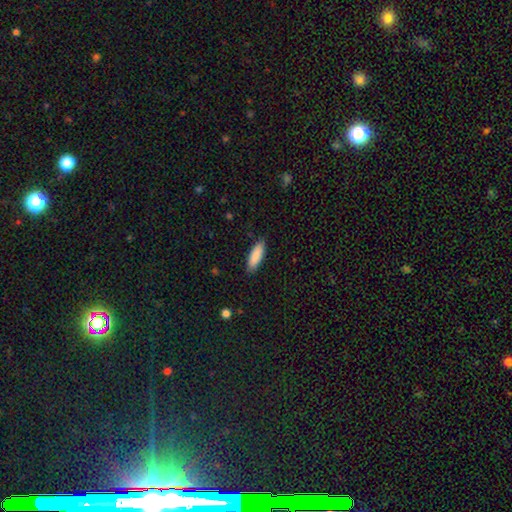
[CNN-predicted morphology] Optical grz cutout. It shows a smooth galaxy with no disk features (89%) that is in between round and cigar-shaped (57%). Merging: none (87%).